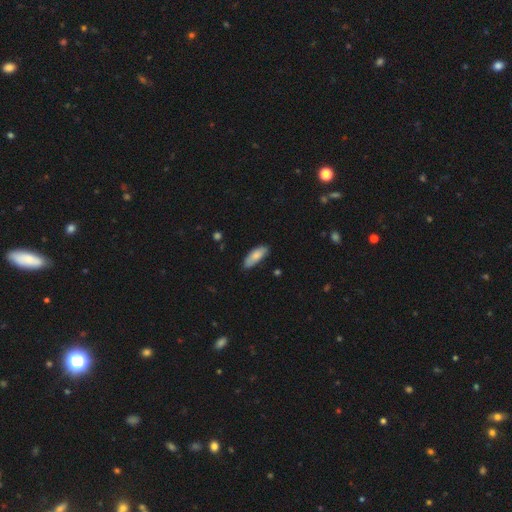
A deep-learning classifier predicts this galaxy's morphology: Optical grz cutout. It shows a smooth galaxy with no disk features (82%) that is in between round and cigar-shaped (72%). Merging: none (79%).